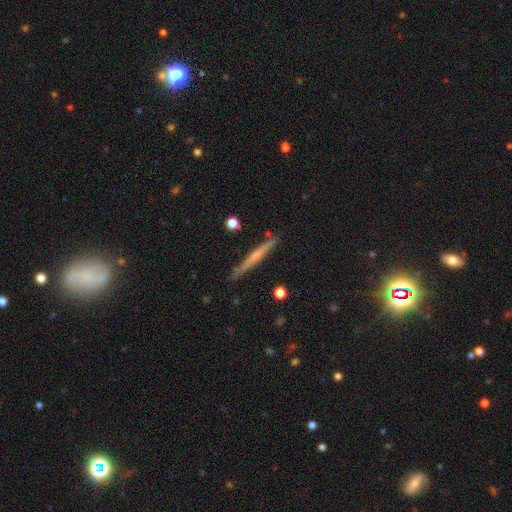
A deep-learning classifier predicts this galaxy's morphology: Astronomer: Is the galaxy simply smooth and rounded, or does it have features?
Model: featured or disk — 56% (runner-up: smooth, 38%).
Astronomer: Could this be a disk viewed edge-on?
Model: yes — 97%.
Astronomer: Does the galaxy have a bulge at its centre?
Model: none — 55% (runner-up: rounded, 38%).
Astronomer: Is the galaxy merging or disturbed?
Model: none — 87%.